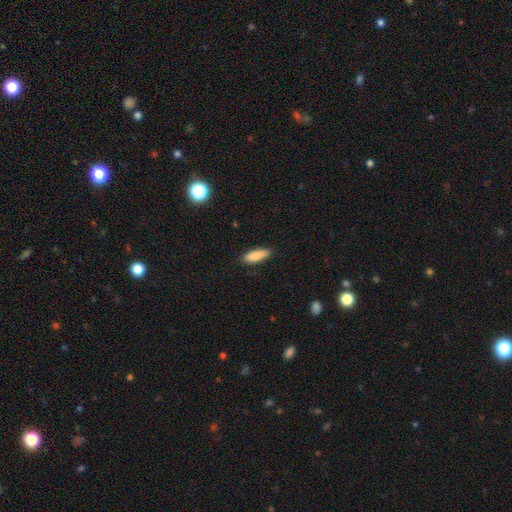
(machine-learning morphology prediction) A smooth galaxy with no disk features (86%) that is in between round and cigar-shaped (53%). Merging: none (85%).